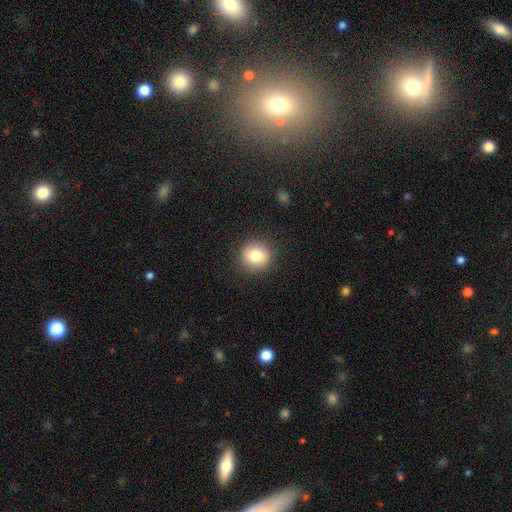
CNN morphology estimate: type=smooth (80%); roundness=round (89%); merging=none (90%).